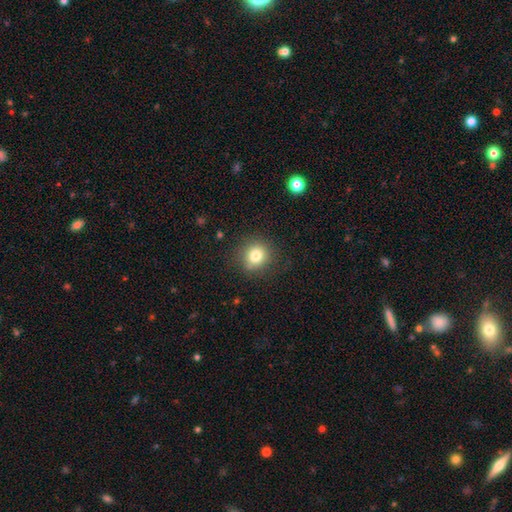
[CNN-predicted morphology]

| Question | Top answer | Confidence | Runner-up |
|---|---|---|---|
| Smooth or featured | smooth | 80% | star or artifact (12%) |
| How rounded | round | 87% | in between (12%) |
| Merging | none | 85% | minor disturbance (10%) |